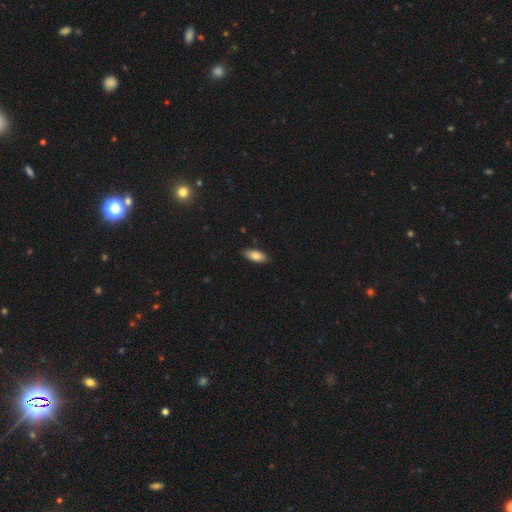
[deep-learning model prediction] Q: Smooth or featured?
A: smooth (81%); runner-up: featured or disk (12%)
Q: How rounded?
A: in between (85%); runner-up: cigar-shaped (12%)
Q: Merging?
A: none (86%); runner-up: minor disturbance (11%)